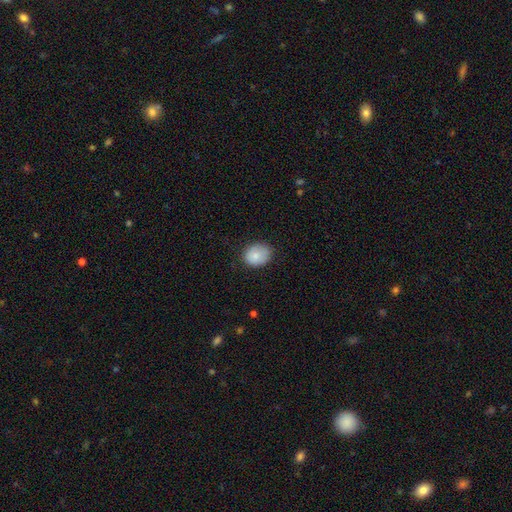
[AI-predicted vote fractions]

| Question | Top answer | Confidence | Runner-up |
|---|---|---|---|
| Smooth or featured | smooth | 84% | featured or disk (8%) |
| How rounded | round | 53% | in between (46%) |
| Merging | none | 76% | minor disturbance (19%) |